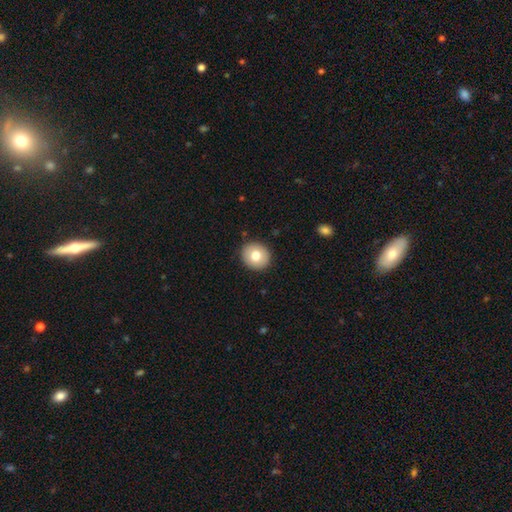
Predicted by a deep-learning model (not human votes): Overall: smooth (77%). How rounded: round (85%). Merging: none (91%).